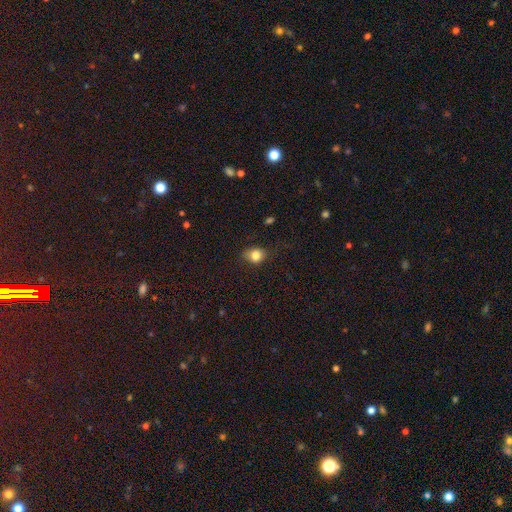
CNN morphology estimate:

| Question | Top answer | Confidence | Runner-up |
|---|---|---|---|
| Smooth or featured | smooth | 82% | star or artifact (11%) |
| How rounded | round | 59% | in between (40%) |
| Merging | none | 75% | minor disturbance (19%) |